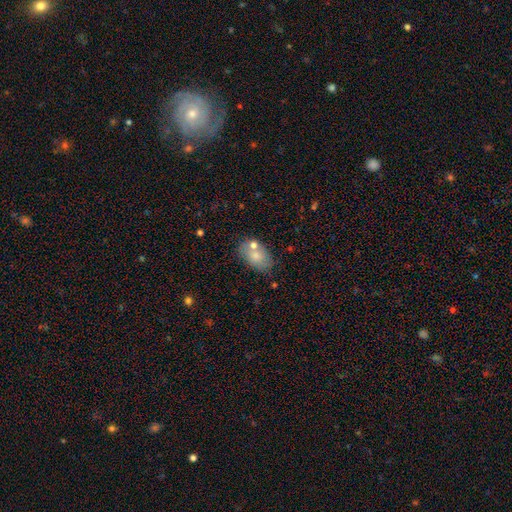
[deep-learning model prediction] smooth-or-featured: smooth: 74% | featured or disk: 18% | star or artifact: 8%
  how-rounded: in between: 88% | round: 10% | cigar-shaped: 1%
  merging: none: 61% | minor disturbance: 17% | merger: 17% | major disturbance: 5%